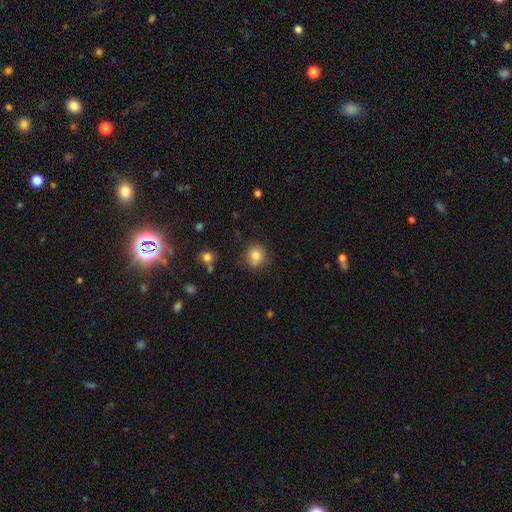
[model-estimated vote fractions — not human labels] Smooth or featured? smooth (82%)
How rounded? round (84%)
Merging? none (80%)